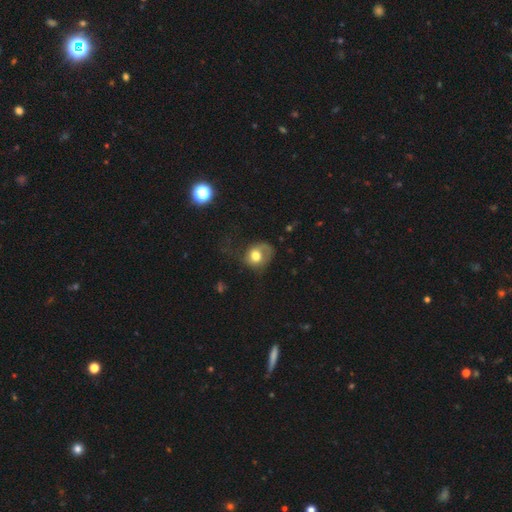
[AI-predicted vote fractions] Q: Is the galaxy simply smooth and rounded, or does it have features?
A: smooth — 62%.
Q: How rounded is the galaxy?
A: round — 58%.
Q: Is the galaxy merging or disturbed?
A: none — 37%.